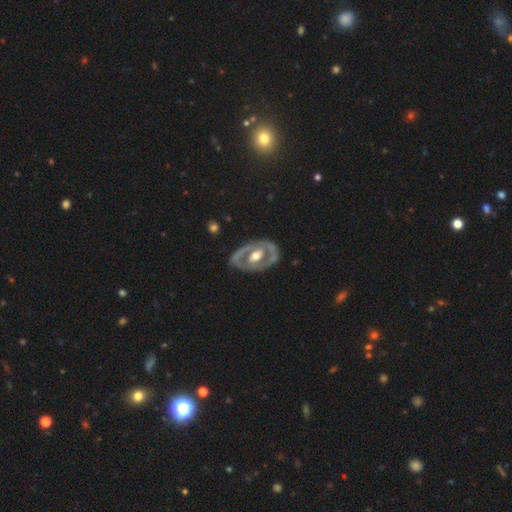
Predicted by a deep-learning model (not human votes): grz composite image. It shows a featured or disk galaxy (76%) with no bar (58%), no spiral arms (60%) and a moderate central bulge (71%). Merging: none (74%).